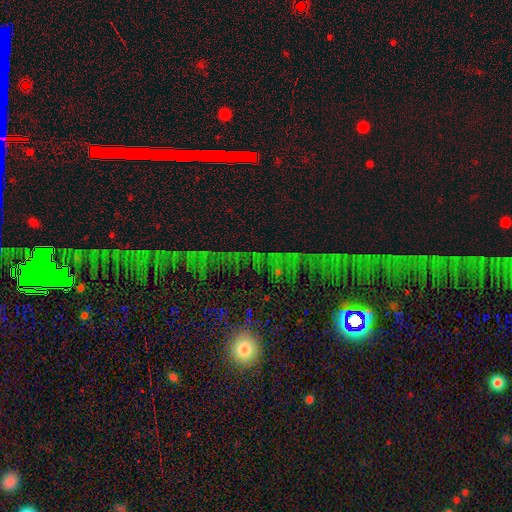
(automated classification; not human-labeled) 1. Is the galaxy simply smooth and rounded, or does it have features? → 65% star or artifact, 19% smooth, 15% featured or disk.